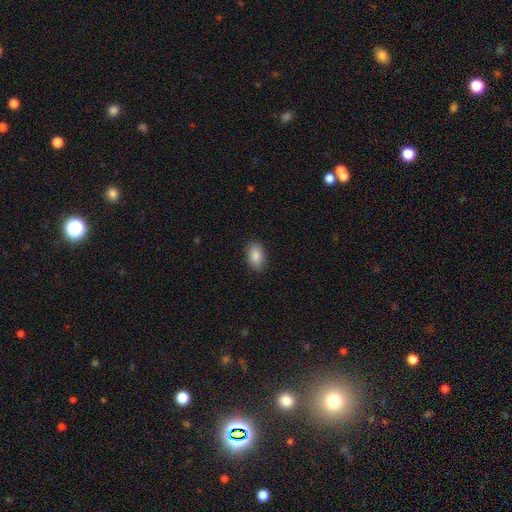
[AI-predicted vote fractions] smooth_or_featured: smooth (p=0.87) [alt: star or artifact p=0.07]
how_rounded: in between (p=0.92) [alt: round p=0.07]
merging: none (p=0.89) [alt: minor disturbance p=0.08]